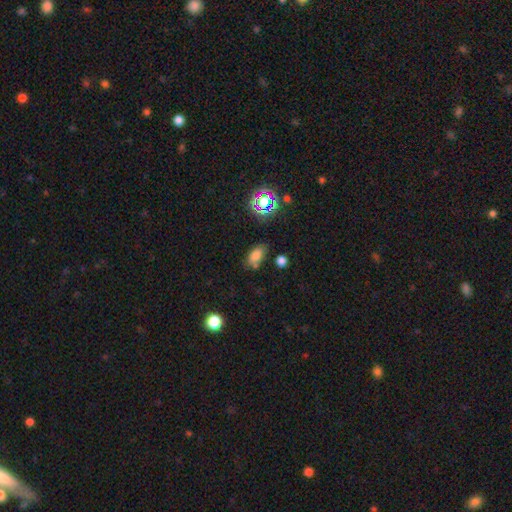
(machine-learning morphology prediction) Smooth or featured? Predicted: smooth (p=0.70). How rounded? Predicted: in between (p=0.87). Merging? Predicted: none (p=0.60).